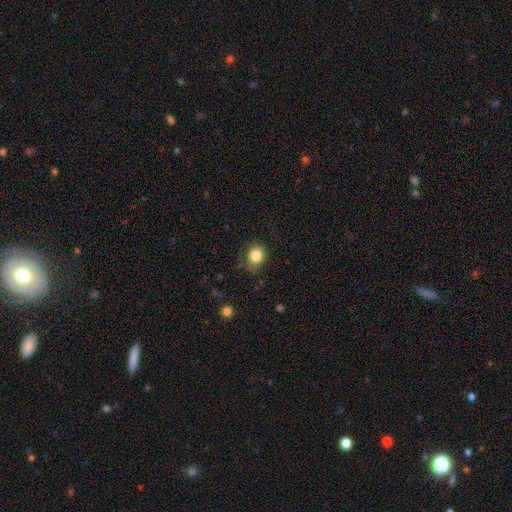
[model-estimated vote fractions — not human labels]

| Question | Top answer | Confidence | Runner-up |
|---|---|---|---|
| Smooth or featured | smooth | 83% | star or artifact (10%) |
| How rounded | round | 64% | in between (35%) |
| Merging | none | 76% | minor disturbance (18%) |